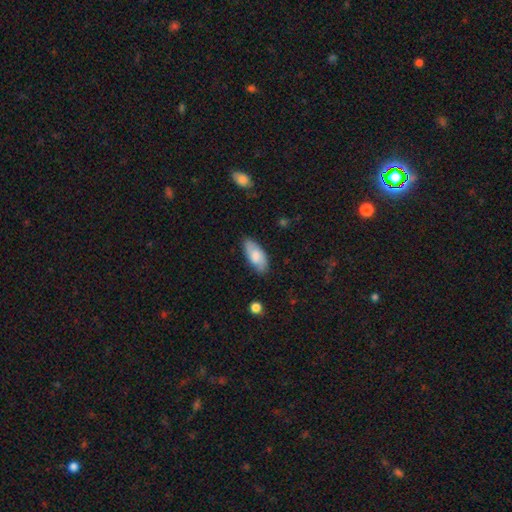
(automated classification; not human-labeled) smooth_or_featured: smooth (p=0.71) [alt: featured or disk p=0.23]
how_rounded: in between (p=0.86) [alt: cigar-shaped p=0.11]
merging: none (p=0.79) [alt: minor disturbance p=0.16]